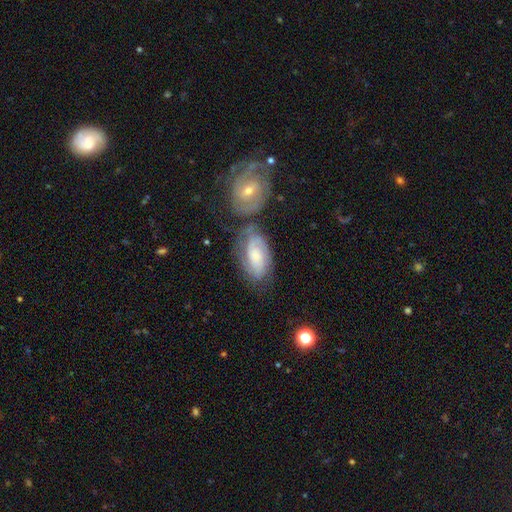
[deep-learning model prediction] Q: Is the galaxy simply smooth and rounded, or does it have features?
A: featured or disk — 64%.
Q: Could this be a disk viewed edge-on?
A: no — 95%.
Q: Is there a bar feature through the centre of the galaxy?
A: no — 62%.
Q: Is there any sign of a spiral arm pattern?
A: yes — 91%.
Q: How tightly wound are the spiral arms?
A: tight — 54%.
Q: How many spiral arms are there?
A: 2 — 56%.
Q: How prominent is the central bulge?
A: small — 43%.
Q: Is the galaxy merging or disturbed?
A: none — 50%.